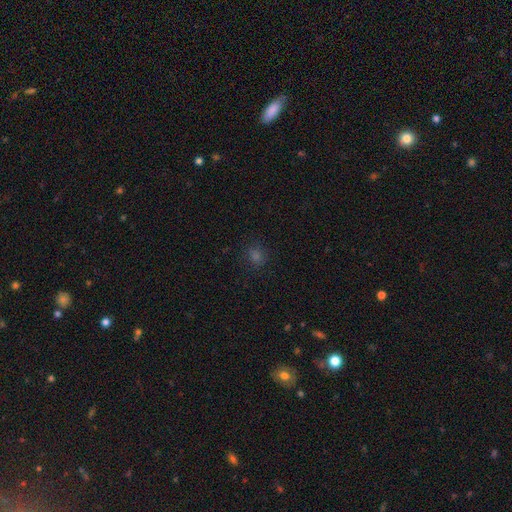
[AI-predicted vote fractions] Smooth or featured?
  - smooth: 64% *
  - star or artifact: 29%
  - featured or disk: 7%
How rounded?
  - round: 82% *
  - in between: 17%
  - cigar-shaped: 1%
Merging?
  - none: 88% *
  - minor disturbance: 8%
  - major disturbance: 3%
  - merger: 1%